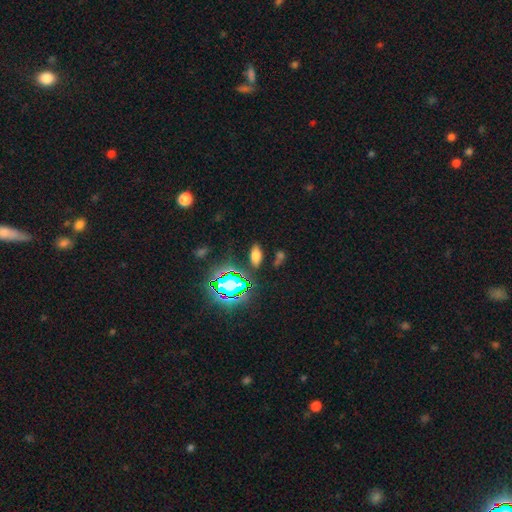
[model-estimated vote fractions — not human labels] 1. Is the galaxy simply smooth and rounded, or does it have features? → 65% smooth, 26% star or artifact, 9% featured or disk.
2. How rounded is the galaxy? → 89% in between, 6% round, 5% cigar-shaped.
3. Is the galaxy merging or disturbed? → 82% none, 9% minor disturbance, 5% merger, 3% major disturbance.